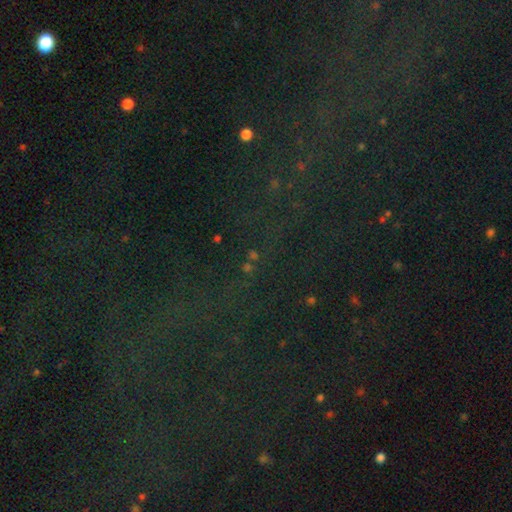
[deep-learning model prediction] Smooth or featured? star or artifact (77%)